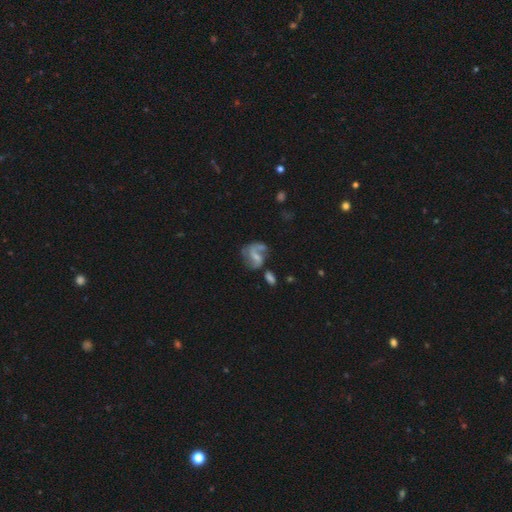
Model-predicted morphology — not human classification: Q: Smooth or featured?
A: featured or disk (70%); runner-up: smooth (22%)
Q: Edge-on disk?
A: no (98%); runner-up: yes (2%)
Q: Bar?
A: weak (43%); runner-up: no (40%)
Q: Spiral arms?
A: yes (83%); runner-up: no (17%)
Q: Spiral winding?
A: loose (51%); runner-up: medium (38%)
Q: Spiral arm count?
A: 2 (69%); runner-up: 1 (17%)
Q: Bulge size?
A: small (52%); runner-up: moderate (27%)
Q: Merging?
A: none (38%); runner-up: major disturbance (26%)